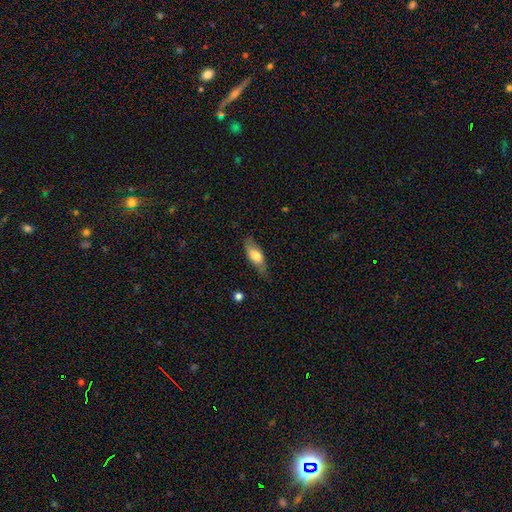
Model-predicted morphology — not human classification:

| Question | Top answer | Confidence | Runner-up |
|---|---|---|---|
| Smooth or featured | smooth | 65% | featured or disk (29%) |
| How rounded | in between | 69% | cigar-shaped (28%) |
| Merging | none | 71% | minor disturbance (22%) |